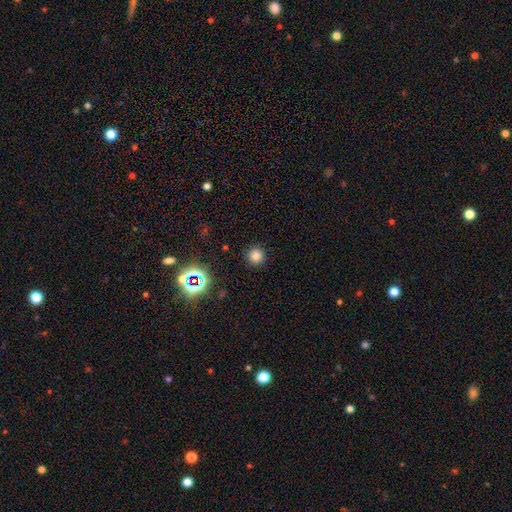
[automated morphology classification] A smooth galaxy with no disk features (77%) that is round (94%). Merging: none (91%).